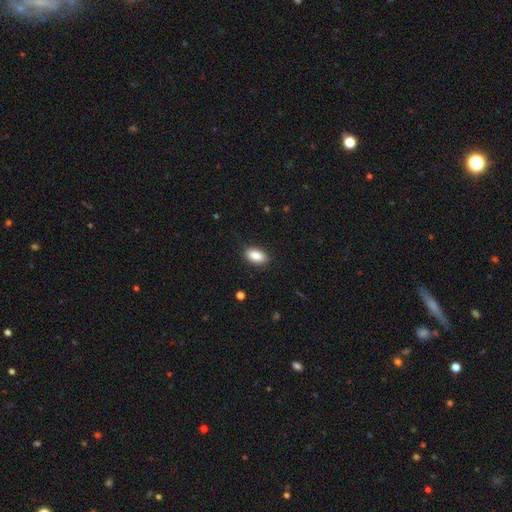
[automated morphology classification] type=smooth (89%); roundness=in between (92%); merging=none (88%).